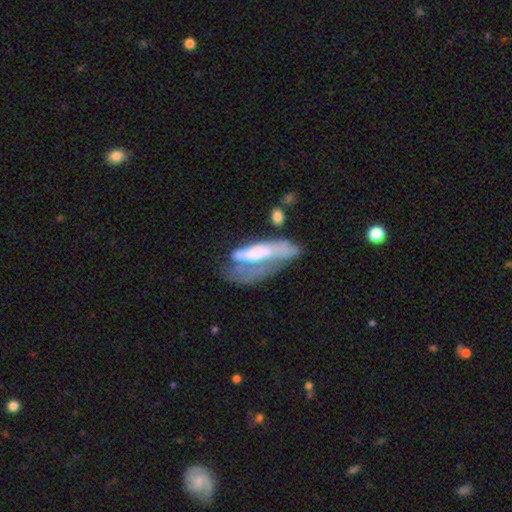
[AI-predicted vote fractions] The model was most divided on "smooth or featured": featured or disk: 51%, smooth: 39%, star or artifact: 10%. Remaining: edge-on disk — no (77%); merging — major disturbance (42%).